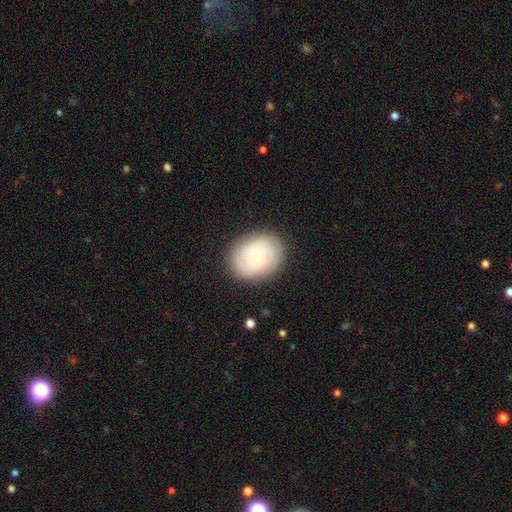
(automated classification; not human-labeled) The model was most divided on "how rounded": round: 51%, in between: 48%, cigar-shaped: 1%. More confident: merging — none (85%); smooth or featured — smooth (55%).